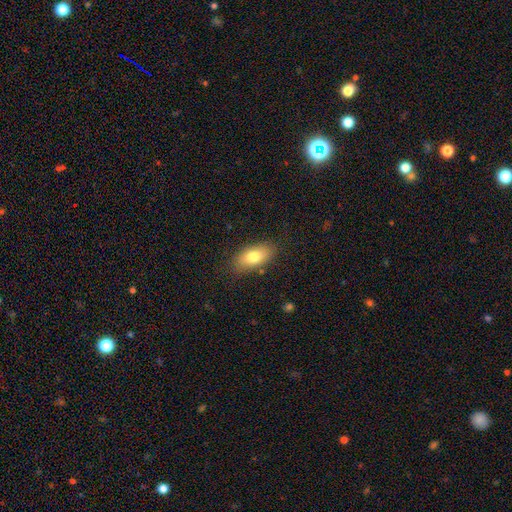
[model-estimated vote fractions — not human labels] Q: Smooth or featured?
A: smooth (77%); runner-up: featured or disk (16%)
Q: How rounded?
A: in between (89%); runner-up: cigar-shaped (7%)
Q: Merging?
A: none (82%); runner-up: minor disturbance (13%)